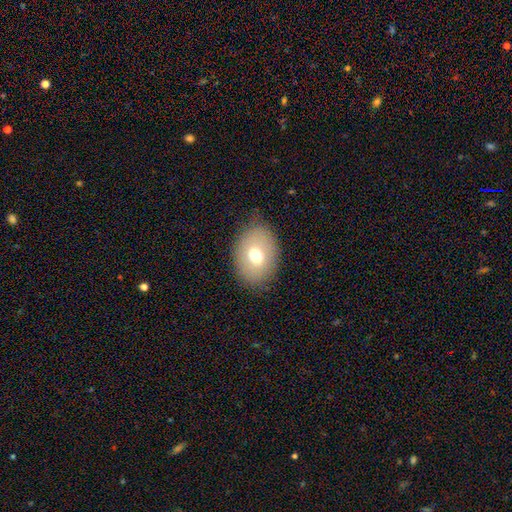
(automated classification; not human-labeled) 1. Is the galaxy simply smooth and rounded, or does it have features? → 68% smooth, 22% featured or disk, 10% star or artifact.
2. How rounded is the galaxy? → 71% in between, 28% round, 1% cigar-shaped.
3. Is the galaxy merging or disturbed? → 79% none, 14% minor disturbance, 5% major disturbance, 1% merger.